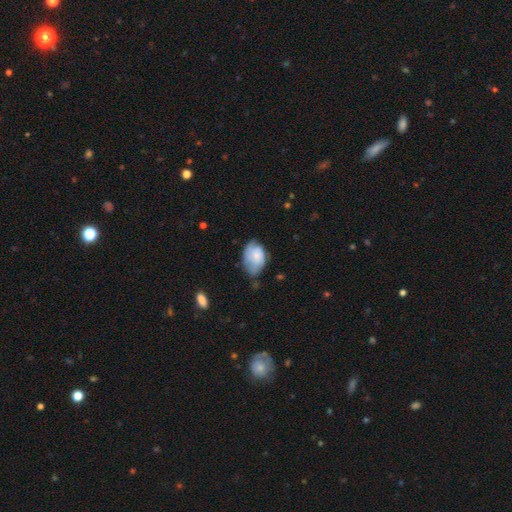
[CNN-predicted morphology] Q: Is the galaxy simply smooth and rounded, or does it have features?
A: smooth — 61%.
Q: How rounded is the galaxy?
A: in between — 84%.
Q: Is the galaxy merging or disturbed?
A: none — 42%.